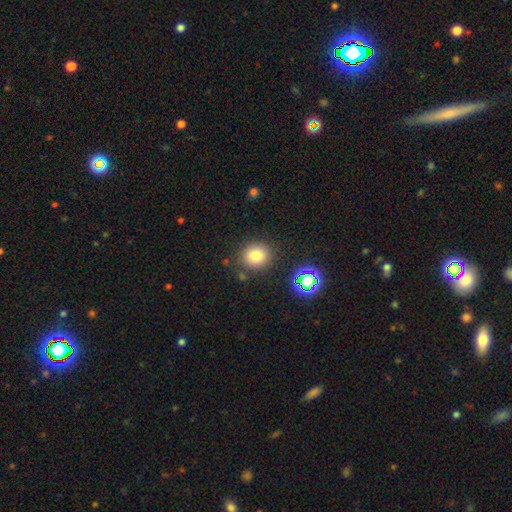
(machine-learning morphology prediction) Q: Smooth or featured?
A: smooth (77%); runner-up: star or artifact (15%)
Q: How rounded?
A: round (83%); runner-up: in between (16%)
Q: Merging?
A: none (84%); runner-up: minor disturbance (9%)